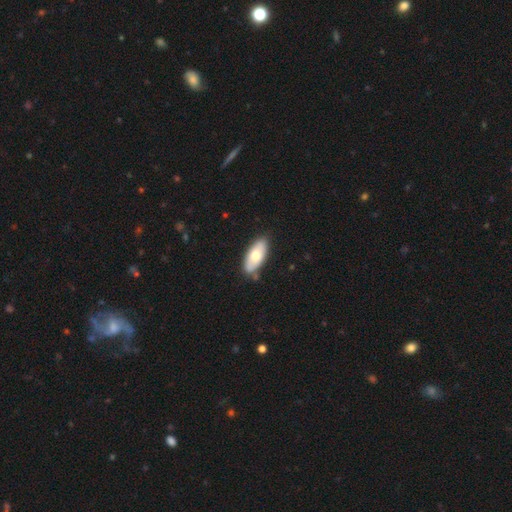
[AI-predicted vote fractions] The model was most divided on "smooth or featured": smooth: 67%, featured or disk: 27%, star or artifact: 6%. More confident: how rounded — in between (85%); merging — none (80%).